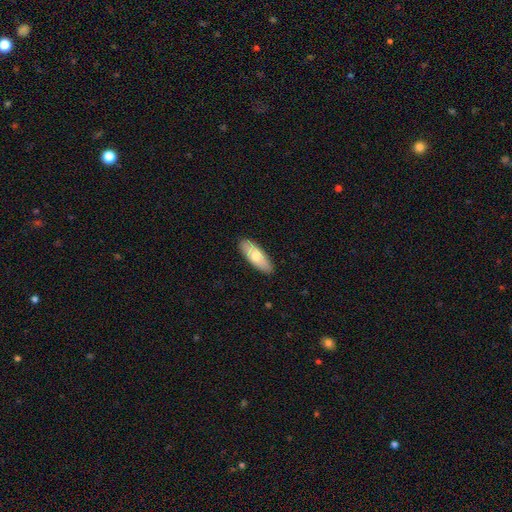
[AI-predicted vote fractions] smooth_or_featured: smooth (p=0.70) [alt: featured or disk p=0.25]
how_rounded: in between (p=0.74) [alt: cigar-shaped p=0.24]
merging: none (p=0.88) [alt: minor disturbance p=0.09]